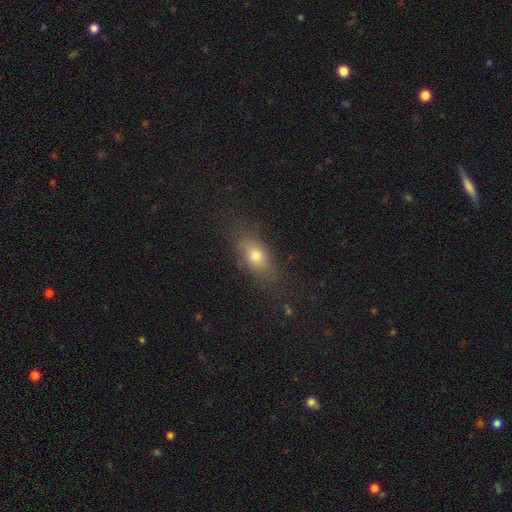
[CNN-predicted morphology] smooth-or-featured: smooth: 72% | featured or disk: 17% | star or artifact: 12%
  how-rounded: in between: 76% | round: 12% | cigar-shaped: 11%
  merging: none: 75% | minor disturbance: 17% | major disturbance: 6% | merger: 2%